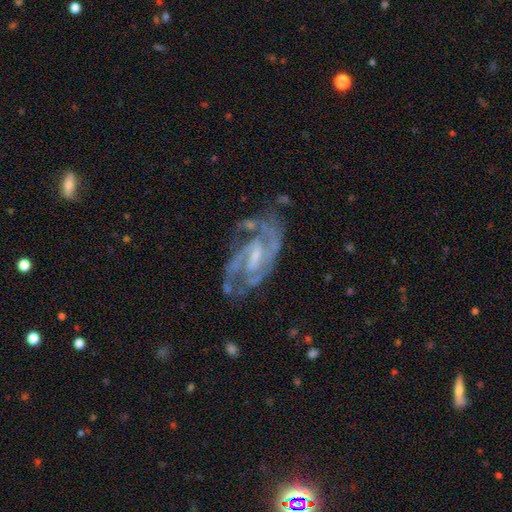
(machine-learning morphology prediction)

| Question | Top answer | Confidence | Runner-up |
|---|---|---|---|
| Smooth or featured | featured or disk | 89% | smooth (6%) |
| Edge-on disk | no | 96% | yes (4%) |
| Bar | weak | 51% | strong (28%) |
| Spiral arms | yes | 96% | no (4%) |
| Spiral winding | medium | 48% | tight (42%) |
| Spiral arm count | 2 | 67% | 3 (13%) |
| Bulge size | small | 48% | moderate (29%) |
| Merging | none | 65% | minor disturbance (20%) |